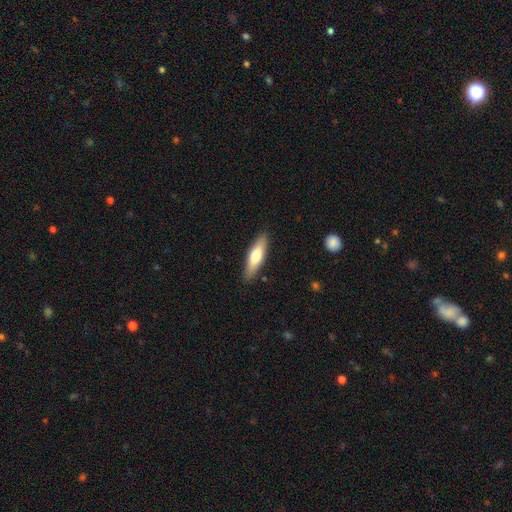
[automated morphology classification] A smooth galaxy with no disk features (65%) that is cigar-shaped (61%).

Vote fractions:
- Smooth or featured? smooth: 65% / featured or disk: 30% / star or artifact: 5%
- How rounded? cigar-shaped: 61% / in between: 38% / round: 2%
- Merging? none: 88% / minor disturbance: 9% / major disturbance: 2% / merger: 1%